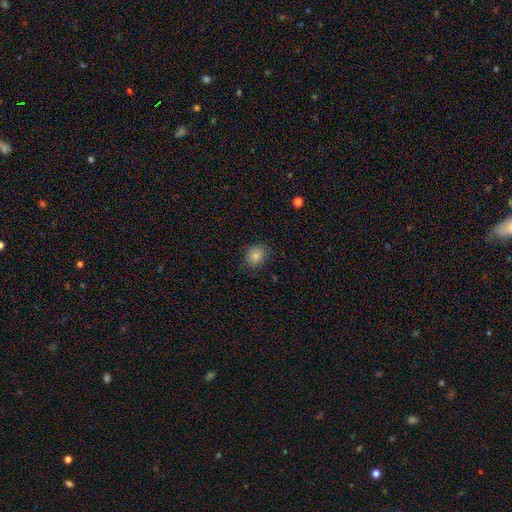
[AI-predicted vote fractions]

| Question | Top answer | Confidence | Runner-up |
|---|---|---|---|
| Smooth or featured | smooth | 83% | star or artifact (10%) |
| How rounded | round | 62% | in between (37%) |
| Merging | none | 84% | minor disturbance (12%) |